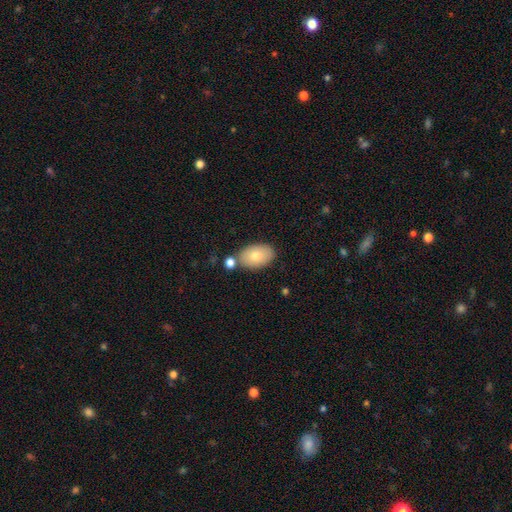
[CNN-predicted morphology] Smooth or featured? smooth (78%)
How rounded? in between (92%)
Merging? none (74%)